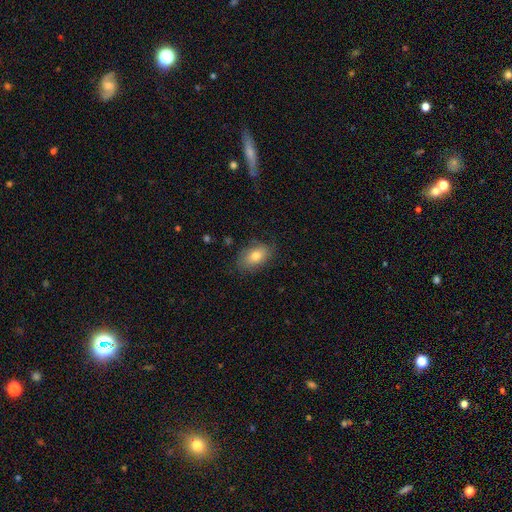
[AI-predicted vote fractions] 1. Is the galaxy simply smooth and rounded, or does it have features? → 76% smooth, 16% featured or disk, 8% star or artifact.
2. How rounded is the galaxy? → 87% in between, 11% round, 2% cigar-shaped.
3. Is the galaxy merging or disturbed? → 77% none, 17% minor disturbance, 4% major disturbance, 1% merger.